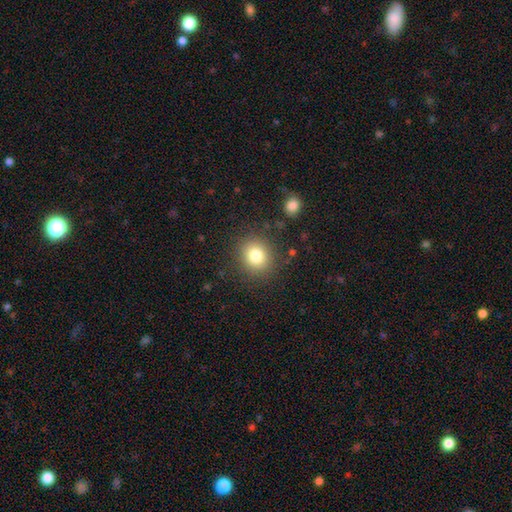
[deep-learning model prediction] This is clearly a smooth galaxy (80%). How rounded: clearly round (81%). Merging: clearly none (87%).